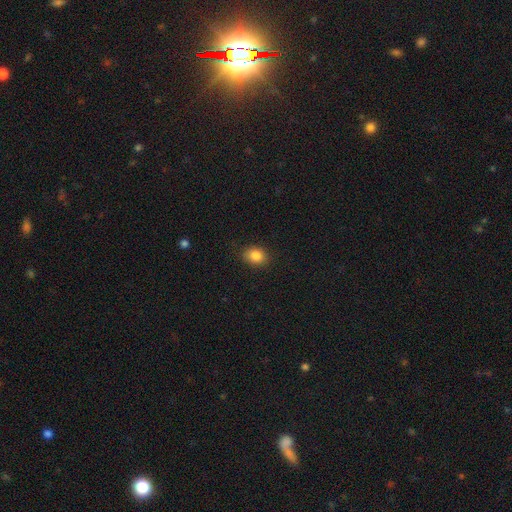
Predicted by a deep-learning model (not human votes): Smooth or featured? Predicted: smooth (p=0.85). How rounded? Predicted: in between (p=0.55). Merging? Predicted: none (p=0.86).